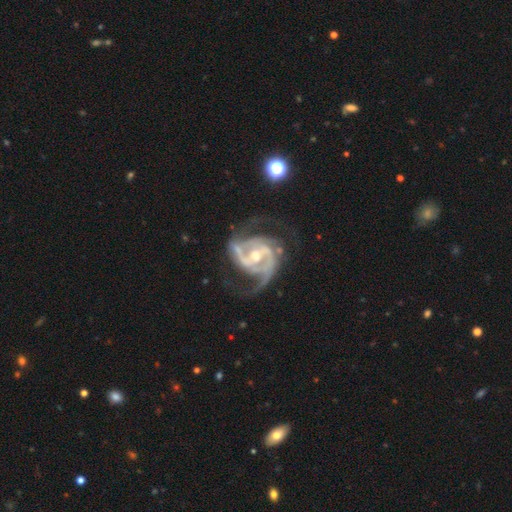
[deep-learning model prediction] Morphology: type=featured or disk (92%); edge-on=no (98%); bar=weak (41%); spiral arms=yes (98%); winding=medium (52%); arm count=2 (61%); bulge=moderate (58%); merging=none (57%).